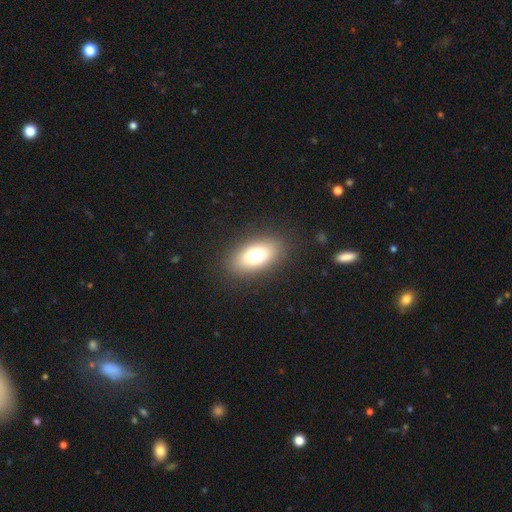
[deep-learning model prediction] This appears to be a smooth galaxy with no disk features (73%) that is in between round and cigar-shaped (85%). Merging: none (87%).